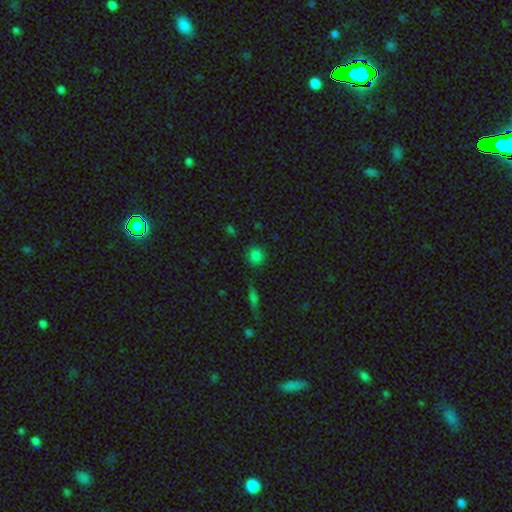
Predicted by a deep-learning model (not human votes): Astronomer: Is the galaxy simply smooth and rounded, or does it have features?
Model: smooth — 80%.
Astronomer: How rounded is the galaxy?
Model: round — 82%.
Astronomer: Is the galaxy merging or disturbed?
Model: none — 85%.